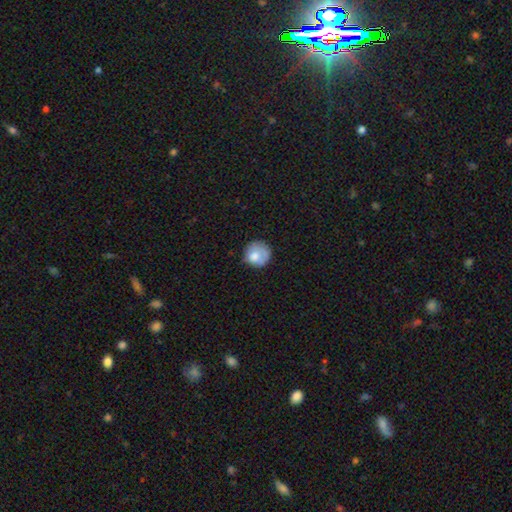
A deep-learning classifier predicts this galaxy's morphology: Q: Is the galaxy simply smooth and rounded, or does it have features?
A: smooth — 75%.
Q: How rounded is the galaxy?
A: round — 88%.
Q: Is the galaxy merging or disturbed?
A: none — 63%.